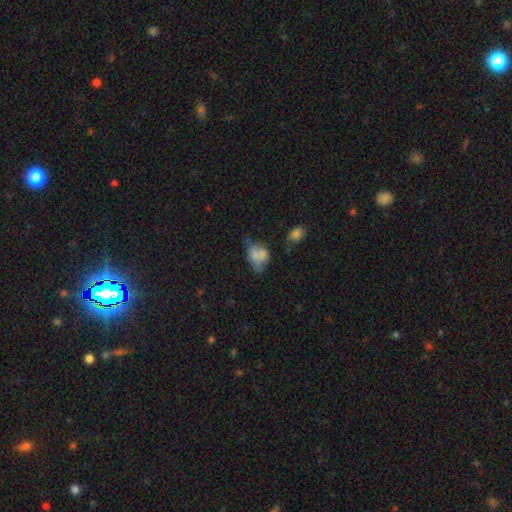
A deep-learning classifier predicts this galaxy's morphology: Smooth or featured? Predicted: smooth (p=0.67). How rounded? Predicted: in between (p=0.66). Merging? Predicted: none (p=0.31).